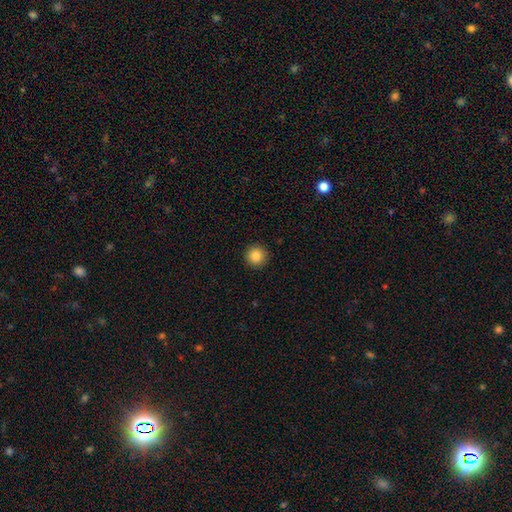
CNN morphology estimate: type=smooth (85%); roundness=round (96%); merging=none (92%).